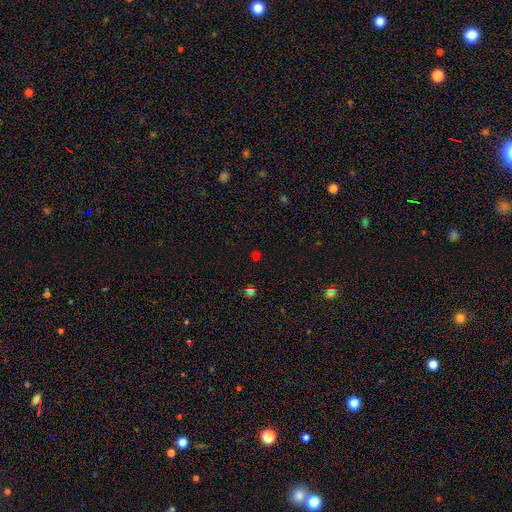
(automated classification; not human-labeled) Morphology: type=star or artifact (49%).